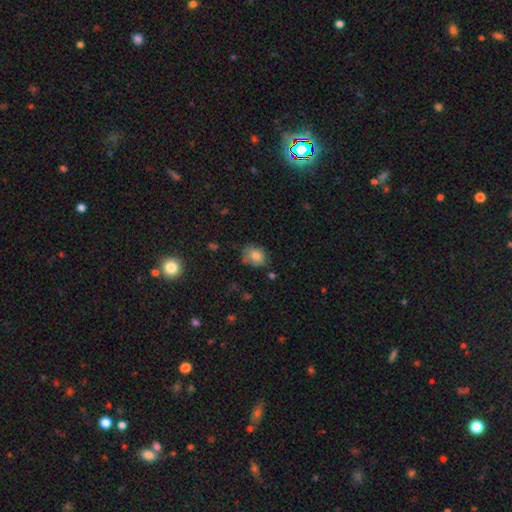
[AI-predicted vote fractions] A smooth galaxy with no disk features (80%) that is in between round and cigar-shaped (57%).

Vote fractions:
- Smooth or featured? smooth: 80% / star or artifact: 10% / featured or disk: 10%
- How rounded? in between: 57% / round: 42% / cigar-shaped: 1%
- Merging? none: 66% / minor disturbance: 24% / major disturbance: 5% / merger: 4%